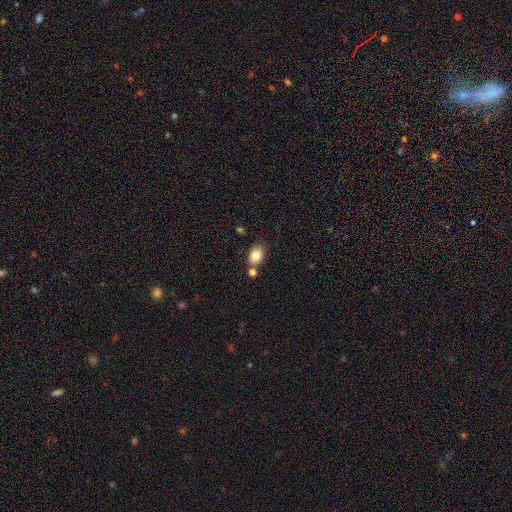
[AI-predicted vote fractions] smooth 81%, featured or disk 10%, star or artifact 9%. Down the decision tree: how rounded — in between (78%); merging — none (67%).